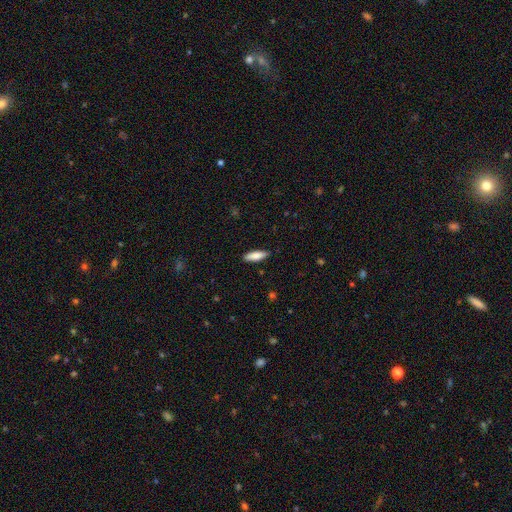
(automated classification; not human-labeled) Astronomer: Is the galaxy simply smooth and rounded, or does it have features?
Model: smooth — 82%.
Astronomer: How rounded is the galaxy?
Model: cigar-shaped — 50% (runner-up: in between, 48%).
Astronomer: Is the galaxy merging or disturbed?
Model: none — 87%.